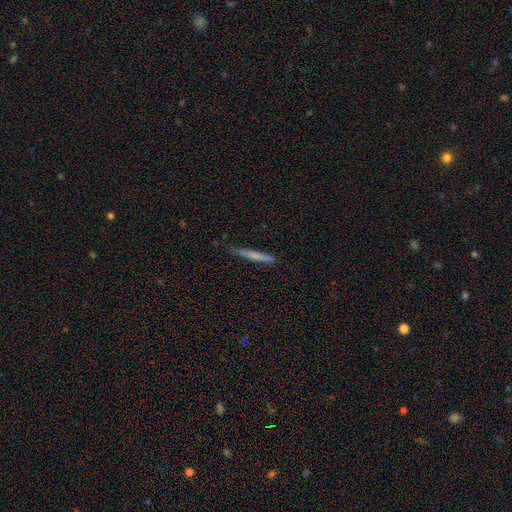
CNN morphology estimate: A smooth galaxy with no disk features (65%) that is cigar-shaped (96%).

Vote fractions:
- Smooth or featured? smooth: 65% / featured or disk: 29% / star or artifact: 6%
- How rounded? cigar-shaped: 96% / in between: 2% / round: 1%
- Merging? none: 85% / minor disturbance: 12% / major disturbance: 2% / merger: 1%